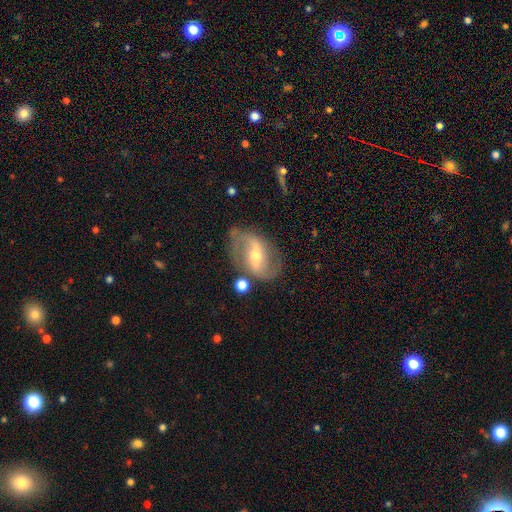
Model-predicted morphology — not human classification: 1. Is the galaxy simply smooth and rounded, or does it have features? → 84% featured or disk, 9% smooth, 6% star or artifact.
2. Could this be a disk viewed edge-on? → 96% no, 4% yes.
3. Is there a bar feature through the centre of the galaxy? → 47% strong, 37% weak, 16% no.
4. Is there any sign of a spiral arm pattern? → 93% yes, 7% no.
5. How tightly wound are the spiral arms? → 44% medium, 41% loose, 15% tight.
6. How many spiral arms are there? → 90% 2, 4% can't tell, 2% 1, 1% 3, 1% 4, 1% more than 4.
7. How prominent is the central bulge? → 51% moderate, 43% small, 3% large, 1% none, 1% dominant.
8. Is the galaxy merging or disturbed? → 75% none, 15% minor disturbance, 6% major disturbance, 4% merger.